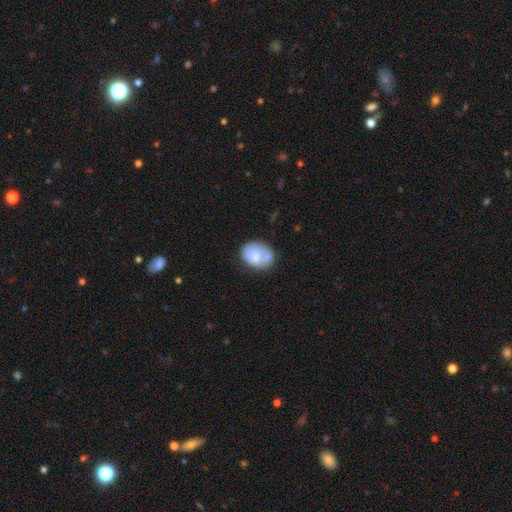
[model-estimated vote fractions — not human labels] The model was most divided on "how rounded": in between: 60%, round: 39%, cigar-shaped: 1%. More confident: smooth or featured — smooth (70%); merging — none (51%).